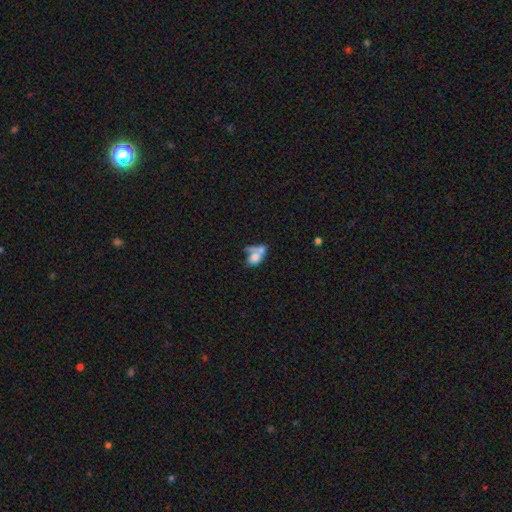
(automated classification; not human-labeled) smooth_or_featured: smooth (p=0.65) [alt: featured or disk p=0.25]
how_rounded: in between (p=0.74) [alt: round p=0.22]
merging: merger (p=0.55) [alt: none p=0.21]